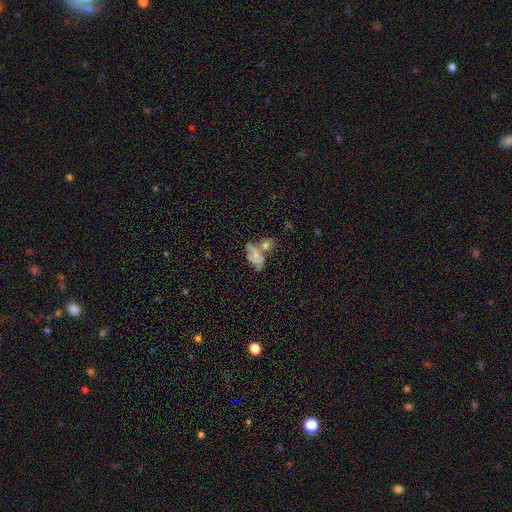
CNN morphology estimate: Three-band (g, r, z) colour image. It shows a smooth galaxy with no disk features (57%) that is in between round and cigar-shaped (82%). Merging: merger (42%).